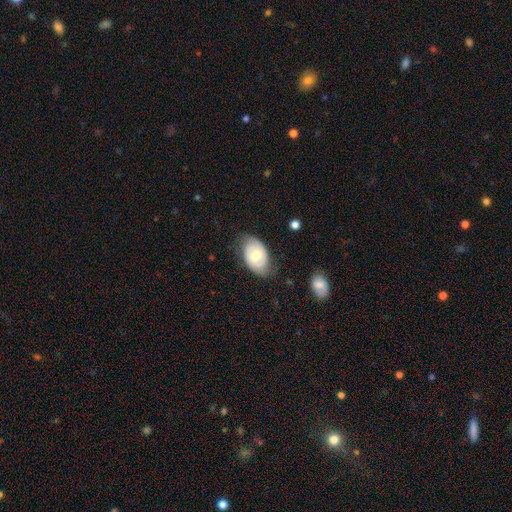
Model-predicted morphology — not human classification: The model was most divided on "smooth or featured": smooth: 48%, featured or disk: 46%, star or artifact: 6%. More confident: merging — none (70%).